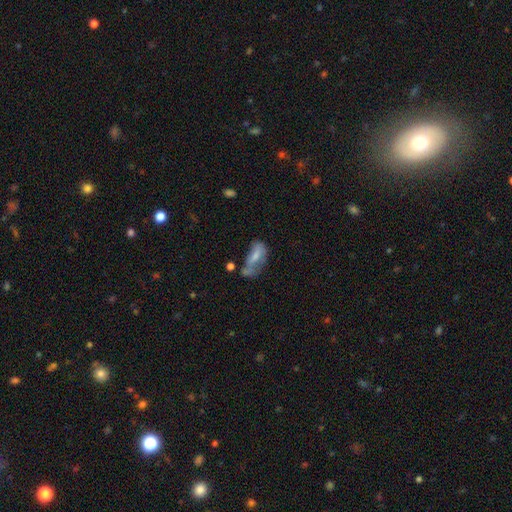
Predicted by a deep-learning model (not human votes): Smooth or featured? Predicted: smooth (p=0.58). How rounded? Predicted: in between (p=0.84). Merging? Predicted: major disturbance (p=0.33).